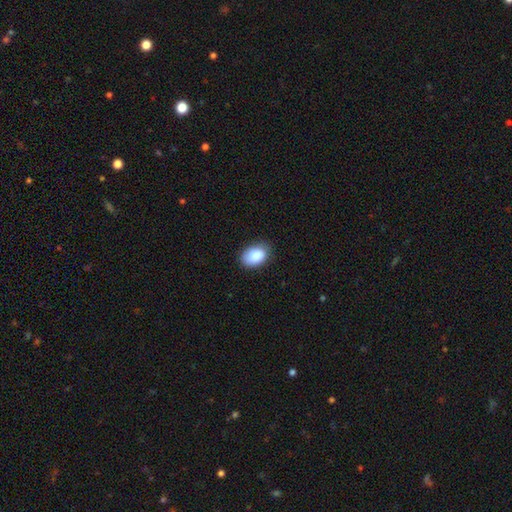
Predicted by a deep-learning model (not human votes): A smooth galaxy with no disk features (88%) that is in between round and cigar-shaped (87%).

Vote fractions:
- Smooth or featured? smooth: 88% / star or artifact: 7% / featured or disk: 5%
- How rounded? in between: 87% / round: 12% / cigar-shaped: 1%
- Merging? none: 77% / minor disturbance: 19% / major disturbance: 3% / merger: 1%